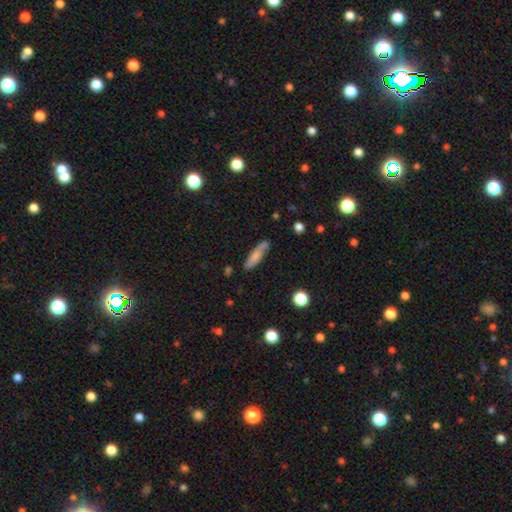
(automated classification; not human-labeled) Smooth or featured? smooth (71%)
How rounded? cigar-shaped (73%)
Merging? none (73%)